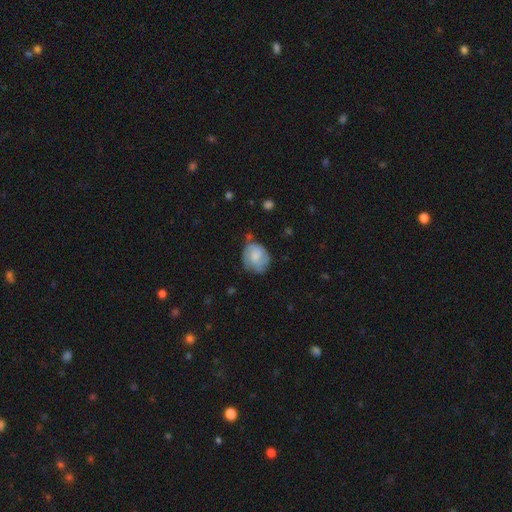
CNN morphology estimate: A featured or disk galaxy (50%).

Vote fractions:
- Smooth or featured? featured or disk: 50% / smooth: 43% / star or artifact: 7%
- Edge-on disk? no: 97% / yes: 3%
- Merging? none: 61% / minor disturbance: 27% / major disturbance: 9% / merger: 3%